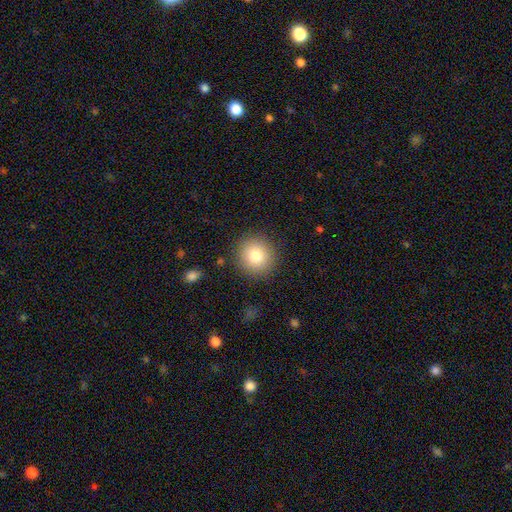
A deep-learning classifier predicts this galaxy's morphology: Smooth or featured?
  - smooth: 81% *
  - star or artifact: 10%
  - featured or disk: 9%
How rounded?
  - round: 93% *
  - in between: 6%
  - cigar-shaped: 1%
Merging?
  - none: 89% *
  - minor disturbance: 7%
  - major disturbance: 3%
  - merger: 1%